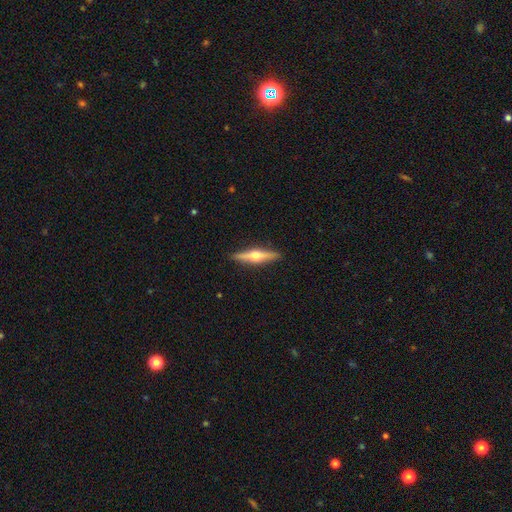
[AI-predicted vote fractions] Q: Smooth or featured?
A: featured or disk (69%); runner-up: smooth (26%)
Q: Edge-on disk?
A: yes (97%); runner-up: no (3%)
Q: Edge-on bulge?
A: rounded (96%); runner-up: boxy (2%)
Q: Merging?
A: none (91%); runner-up: minor disturbance (7%)